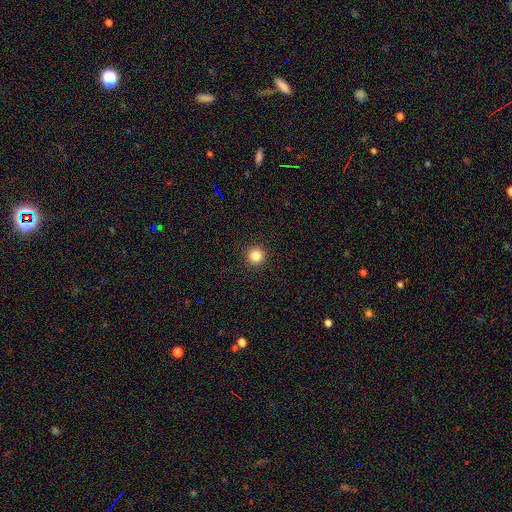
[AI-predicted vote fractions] Overall: smooth (84%). How rounded: round (96%). Merging: none (93%).